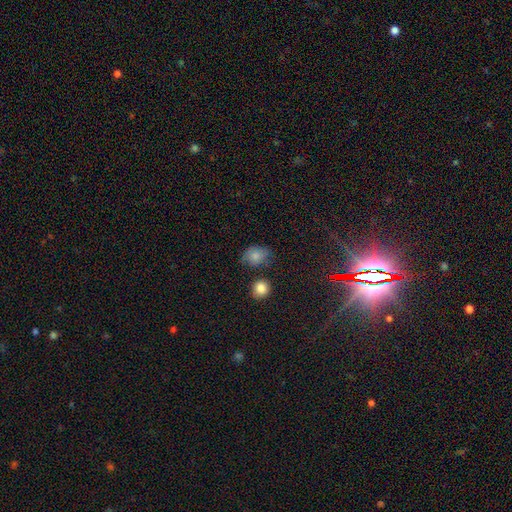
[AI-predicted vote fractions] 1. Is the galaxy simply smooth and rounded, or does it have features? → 80% smooth, 11% star or artifact, 9% featured or disk.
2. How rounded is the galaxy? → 55% in between, 44% round, 1% cigar-shaped.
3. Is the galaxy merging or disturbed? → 60% none, 28% minor disturbance, 7% major disturbance, 5% merger.